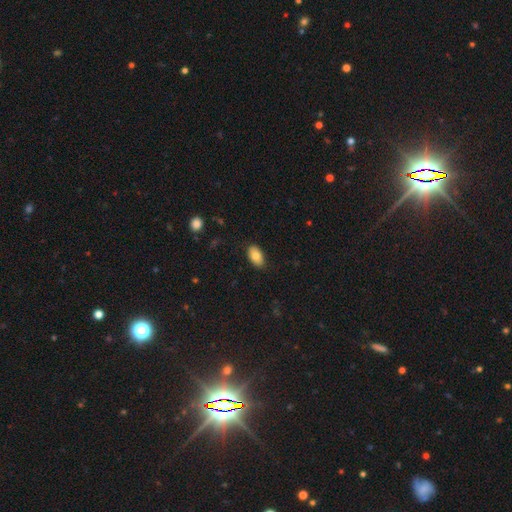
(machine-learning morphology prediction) A smooth galaxy with no disk features (81%) that is in between round and cigar-shaped (93%).

Vote fractions:
- Smooth or featured? smooth: 81% / featured or disk: 12% / star or artifact: 7%
- How rounded? in between: 93% / round: 5% / cigar-shaped: 2%
- Merging? none: 86% / minor disturbance: 11% / major disturbance: 2% / merger: 1%